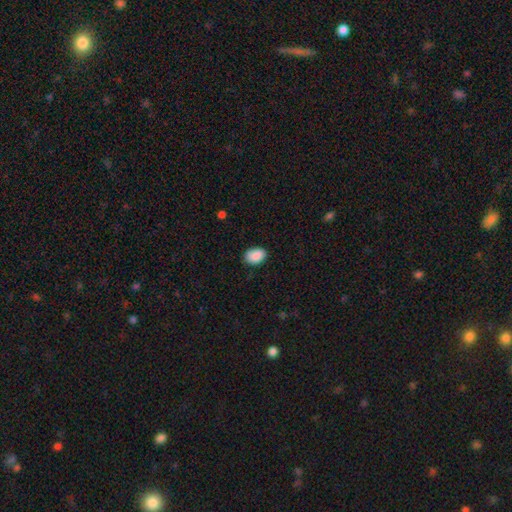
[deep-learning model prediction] smooth 89%, star or artifact 7%, featured or disk 4%. Down the decision tree: how rounded — in between (80%); merging — none (81%).